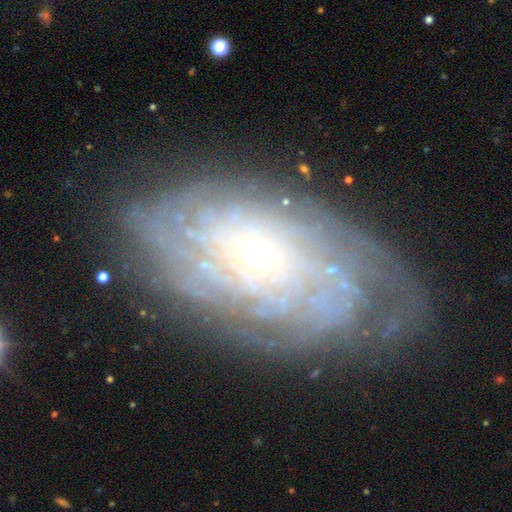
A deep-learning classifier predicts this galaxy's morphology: This appears to be a featured or disk galaxy (82%) with no bar (77%), tight (80%) spiral arms (91%) and a small central bulge (77%). Merging: none (75%).